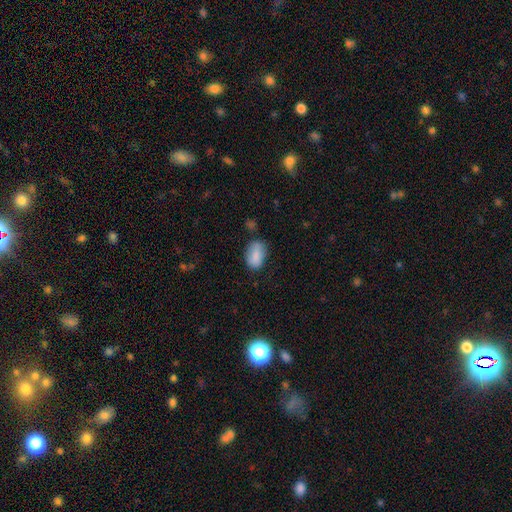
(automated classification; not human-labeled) Smooth or featured? smooth (84%)
How rounded? in between (88%)
Merging? none (66%)